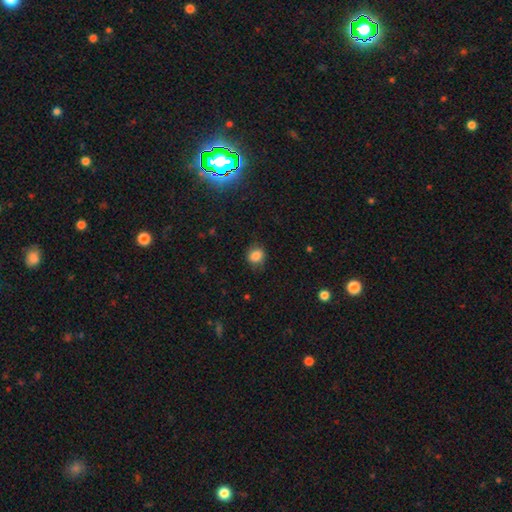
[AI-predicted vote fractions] A smooth galaxy with no disk features (84%) that is round (71%). Merging: none (76%).